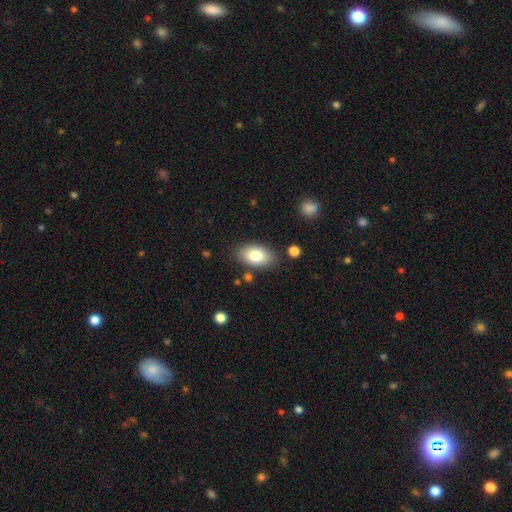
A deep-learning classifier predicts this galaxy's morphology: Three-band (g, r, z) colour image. It shows a smooth galaxy with no disk features (81%) that is in between round and cigar-shaped (92%). Merging: none (83%).